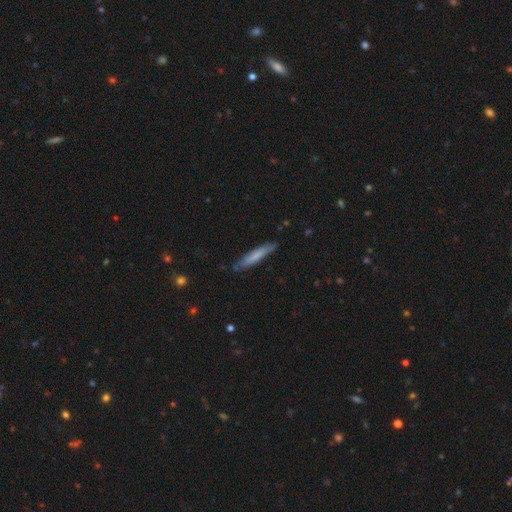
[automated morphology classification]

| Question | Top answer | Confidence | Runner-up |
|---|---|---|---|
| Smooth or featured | smooth | 68% | featured or disk (27%) |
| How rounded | cigar-shaped | 91% | in between (8%) |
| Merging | none | 82% | minor disturbance (14%) |